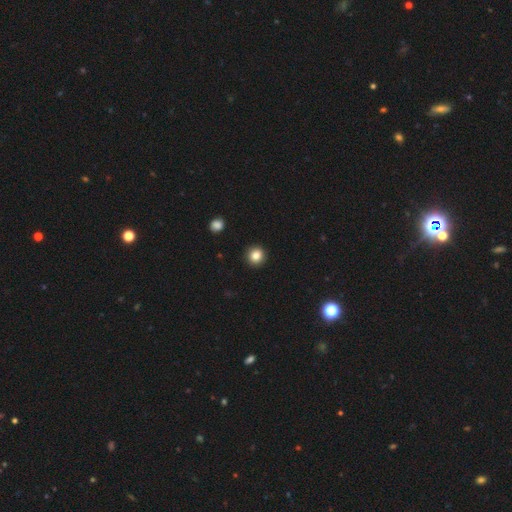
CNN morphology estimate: Smooth or featured: smooth — 84% (star or artifact — 11%)
How rounded: round — 94% (in between — 5%)
Merging: none — 93% (minor disturbance — 4%)